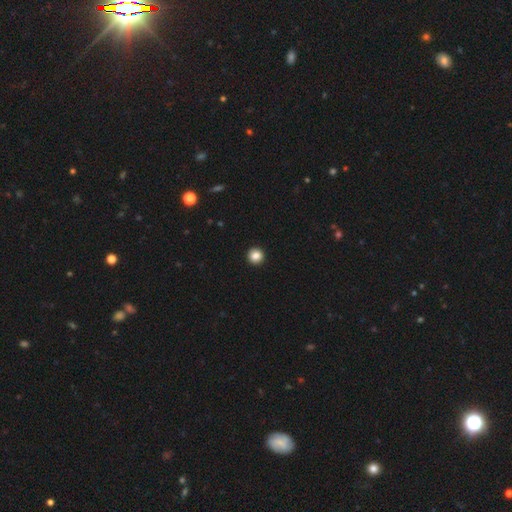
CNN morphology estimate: A smooth galaxy with no disk features (86%) that is round (96%). Merging: none (94%).